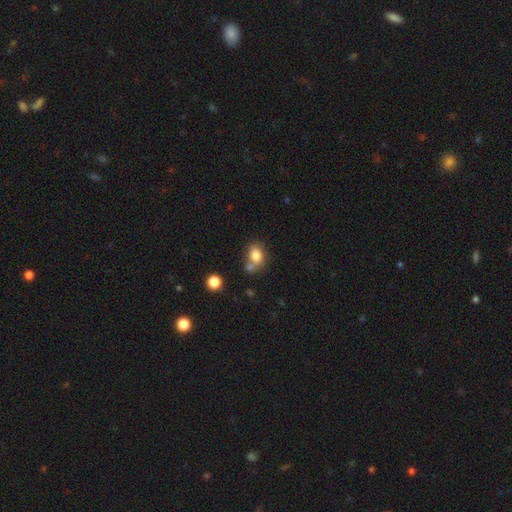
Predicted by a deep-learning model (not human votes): The model was most divided on "merging": none: 54%, merger: 27%, minor disturbance: 14%, major disturbance: 5%. More confident: smooth or featured — smooth (82%); how rounded — in between (68%).